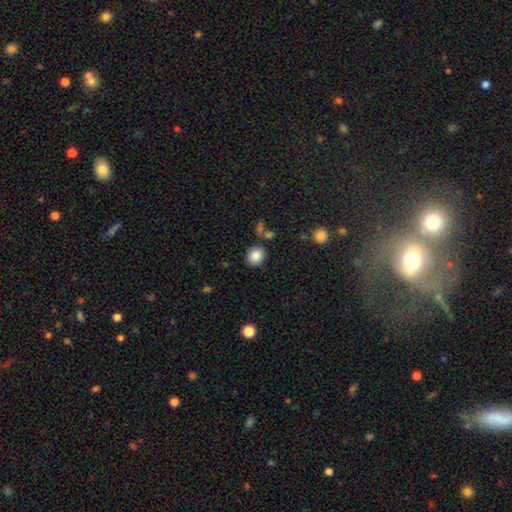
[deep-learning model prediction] Q: Smooth or featured?
A: smooth (85%); runner-up: star or artifact (9%)
Q: How rounded?
A: round (78%); runner-up: in between (21%)
Q: Merging?
A: none (82%); runner-up: minor disturbance (9%)